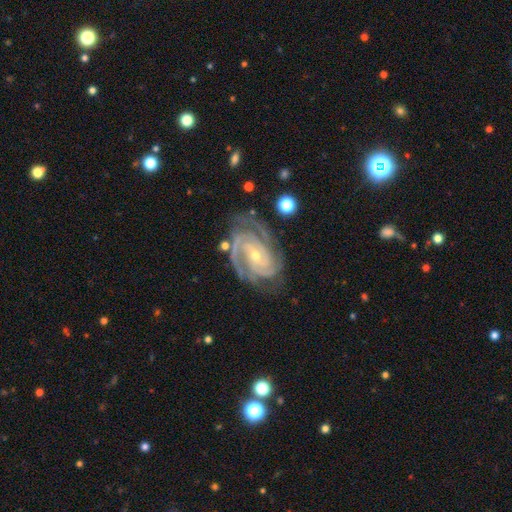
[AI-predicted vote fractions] Q: Smooth or featured?
A: featured or disk (92%); runner-up: star or artifact (5%)
Q: Edge-on disk?
A: no (97%); runner-up: yes (3%)
Q: Bar?
A: no (51%); runner-up: weak (33%)
Q: Spiral arms?
A: yes (98%); runner-up: no (2%)
Q: Spiral winding?
A: tight (72%); runner-up: medium (26%)
Q: Spiral arm count?
A: 3 (38%); runner-up: 2 (31%)
Q: Bulge size?
A: small (66%); runner-up: moderate (31%)
Q: Merging?
A: none (71%); runner-up: minor disturbance (19%)